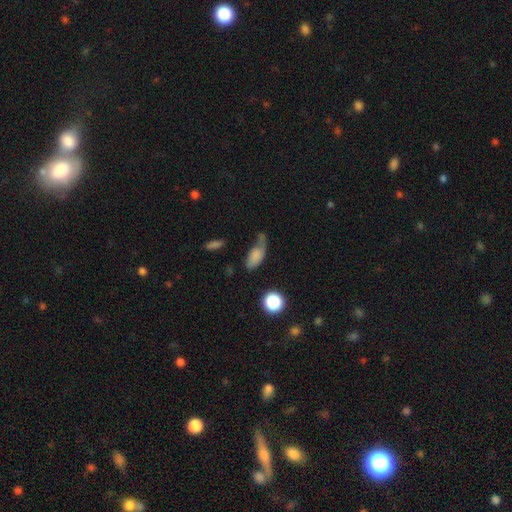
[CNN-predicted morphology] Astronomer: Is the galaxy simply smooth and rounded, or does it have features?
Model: smooth — 72%.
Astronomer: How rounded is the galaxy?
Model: in between — 82%.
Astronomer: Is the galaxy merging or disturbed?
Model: major disturbance — 32% (runner-up: minor disturbance, 29%).